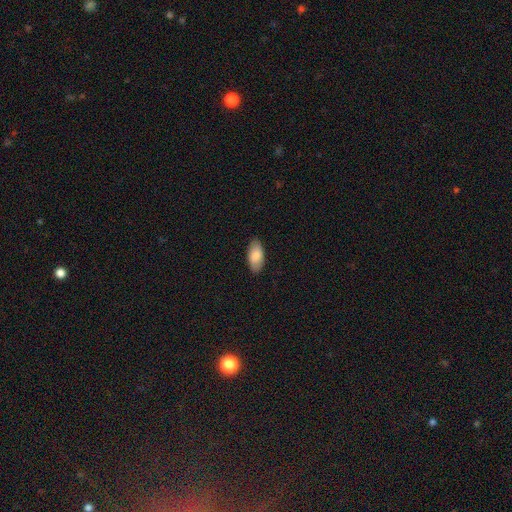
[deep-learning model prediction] Q: Smooth or featured?
A: smooth (85%); runner-up: featured or disk (10%)
Q: How rounded?
A: in between (92%); runner-up: cigar-shaped (6%)
Q: Merging?
A: none (88%); runner-up: minor disturbance (9%)